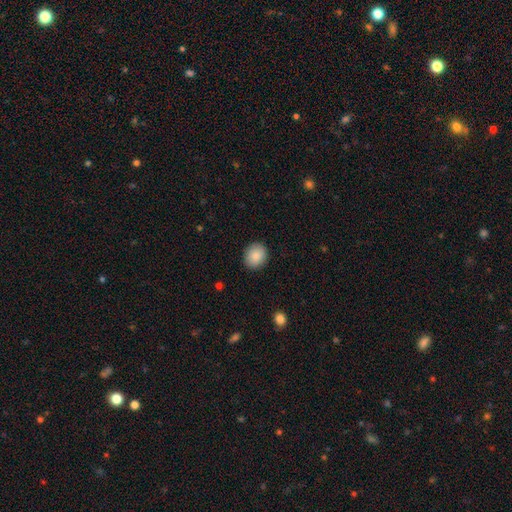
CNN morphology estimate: smooth-or-featured: smooth: 88% | star or artifact: 7% | featured or disk: 4%
  how-rounded: round: 63% | in between: 36% | cigar-shaped: 1%
  merging: none: 89% | minor disturbance: 8% | major disturbance: 2% | merger: 1%